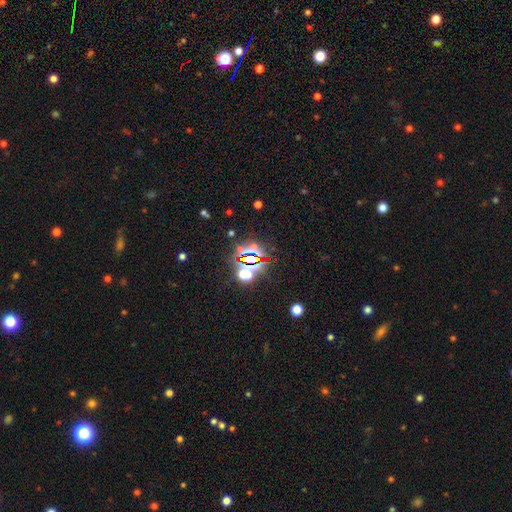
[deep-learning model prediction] Smooth or featured? Predicted: star or artifact (p=0.77).